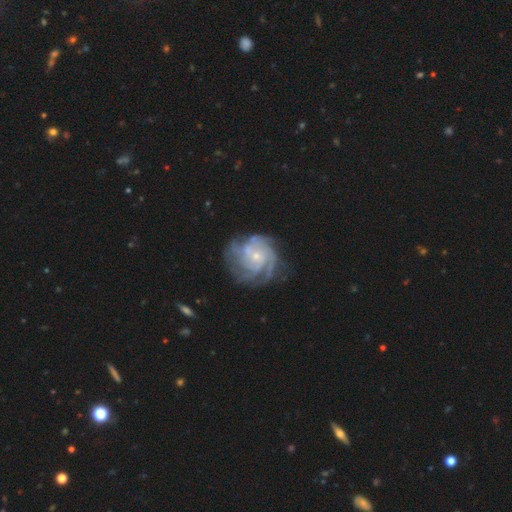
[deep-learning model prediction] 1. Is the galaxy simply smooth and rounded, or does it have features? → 87% featured or disk, 7% smooth, 6% star or artifact.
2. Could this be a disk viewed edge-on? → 98% no, 2% yes.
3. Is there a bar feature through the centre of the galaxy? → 72% no, 23% weak, 5% strong.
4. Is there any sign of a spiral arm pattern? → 96% yes, 4% no.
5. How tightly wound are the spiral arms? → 65% tight, 28% medium, 6% loose.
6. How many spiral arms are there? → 28% 4, 25% can't tell, 22% 3, 10% 2, 9% more than 4, 6% 1.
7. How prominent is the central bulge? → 74% small, 20% moderate, 4% none, 1% large, 1% dominant.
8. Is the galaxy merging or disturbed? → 65% none, 20% minor disturbance, 12% major disturbance, 3% merger.